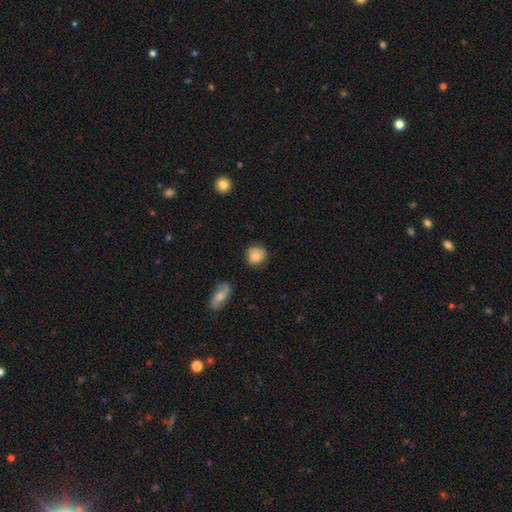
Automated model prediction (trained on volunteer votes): Overall: smooth (80%). How rounded: round (82%). Merging: none (76%).